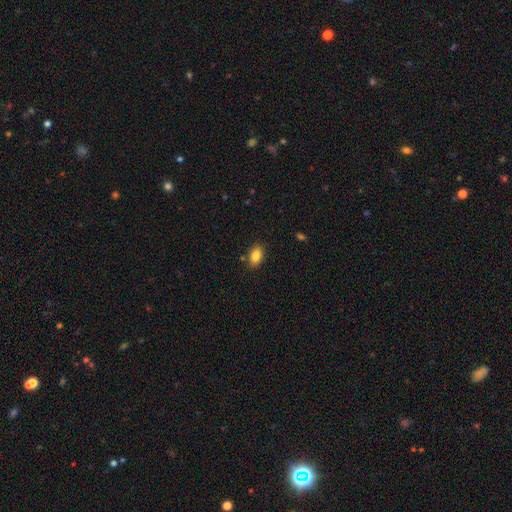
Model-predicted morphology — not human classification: The model was most divided on "merging": none: 86%, minor disturbance: 10%, major disturbance: 2%, merger: 2%. More confident: how rounded — in between (90%); smooth or featured — smooth (85%).